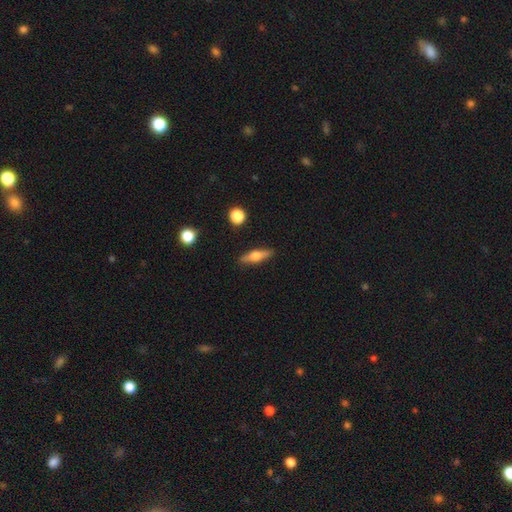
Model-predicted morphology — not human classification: Overall: smooth (49%; featured or disk 44%). Merging: none (88%).